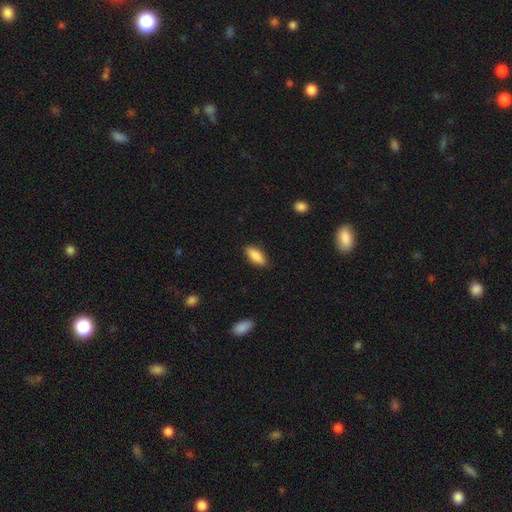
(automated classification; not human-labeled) Q: Smooth or featured?
A: smooth (88%); runner-up: featured or disk (6%)
Q: How rounded?
A: in between (77%); runner-up: cigar-shaped (21%)
Q: Merging?
A: none (86%); runner-up: minor disturbance (10%)